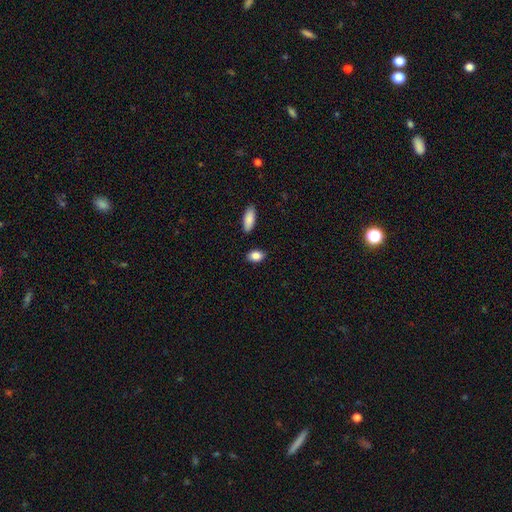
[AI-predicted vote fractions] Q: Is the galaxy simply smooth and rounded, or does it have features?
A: smooth — 87%.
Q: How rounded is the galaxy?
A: in between — 85%.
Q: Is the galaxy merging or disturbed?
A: none — 84%.